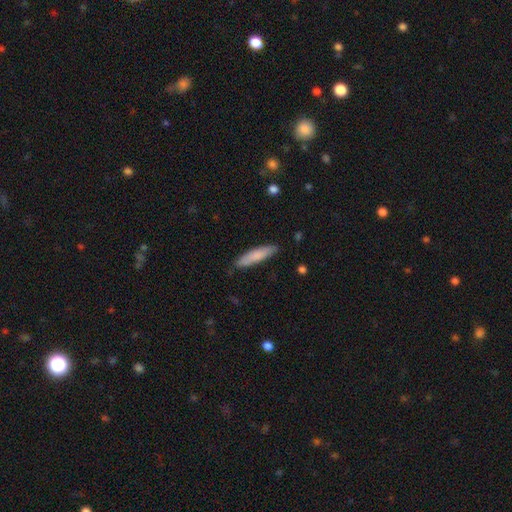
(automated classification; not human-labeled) Smooth or featured? smooth (81%)
How rounded? cigar-shaped (79%)
Merging? none (86%)